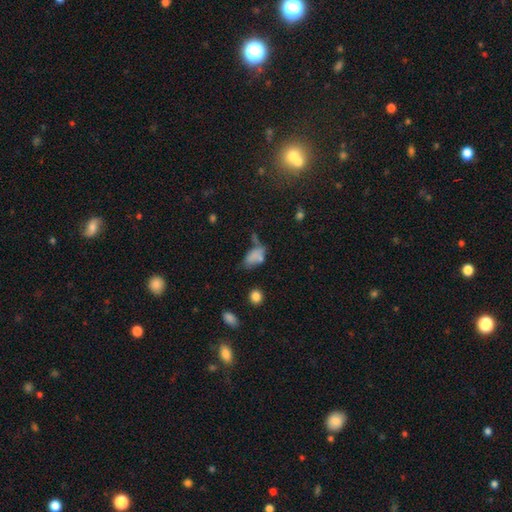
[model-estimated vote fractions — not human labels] Smooth or featured? Predicted: smooth (p=0.71). How rounded? Predicted: in between (p=0.87). Merging? Predicted: none (p=0.33).